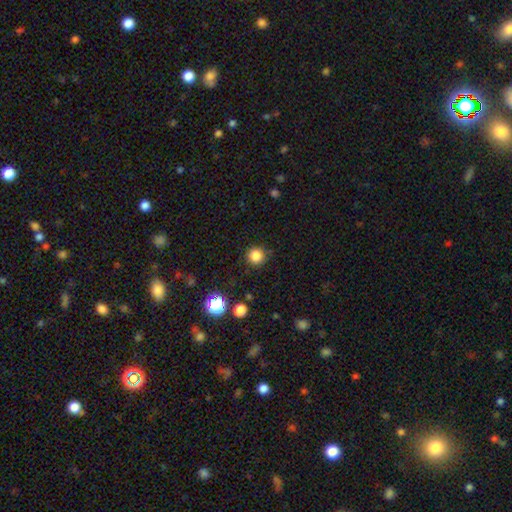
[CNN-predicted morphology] This appears to be a smooth galaxy with no disk features (84%) that is round (94%). Merging: none (88%).